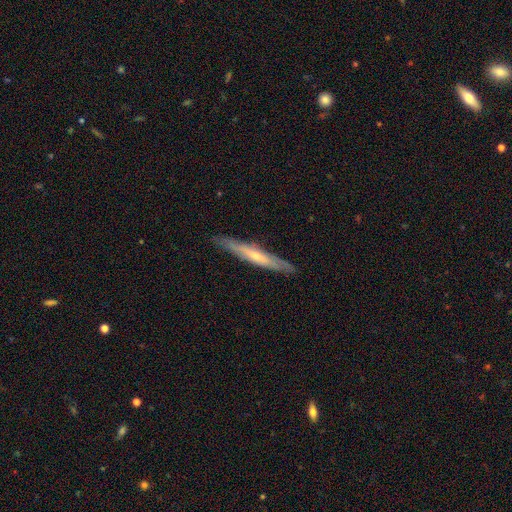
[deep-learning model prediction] featured or disk 59%, smooth 35%, star or artifact 6%. Down the decision tree: edge-on disk — yes (89%); edge-on bulge — rounded (55%); merging — none (87%).